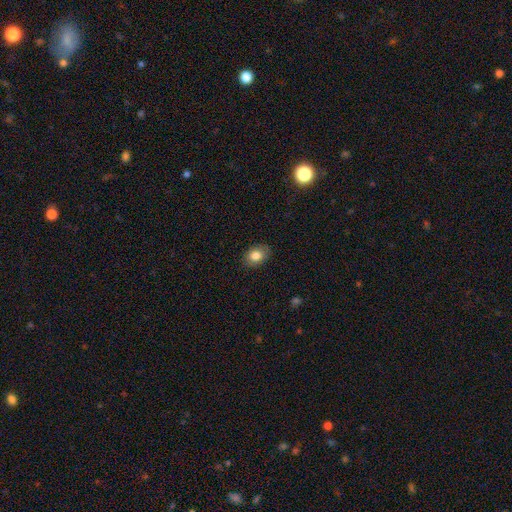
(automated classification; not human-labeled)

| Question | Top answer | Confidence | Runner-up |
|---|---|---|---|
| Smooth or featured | smooth | 82% | featured or disk (9%) |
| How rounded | in between | 73% | round (26%) |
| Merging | none | 86% | minor disturbance (11%) |